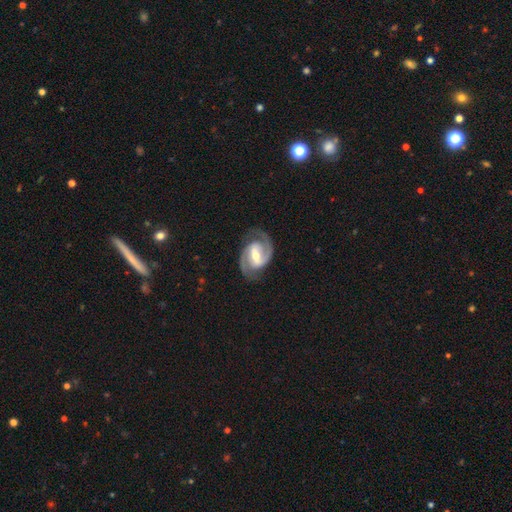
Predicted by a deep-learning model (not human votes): Smooth or featured?
  - featured or disk: 92% *
  - smooth: 5%
  - star or artifact: 4%
Edge-on disk?
  - no: 98% *
  - yes: 2%
Bar?
  - strong: 54% *
  - weak: 35%
  - no: 11%
Spiral arms?
  - yes: 98% *
  - no: 2%
Spiral winding?
  - medium: 55% *
  - tight: 34%
  - loose: 11%
Spiral arm count?
  - 2: 93% *
  - can't tell: 2%
  - 1: 2%
  - 3: 1%
  - 4: 1%
  - more than 4: 1%
Bulge size?
  - moderate: 62% *
  - small: 32%
  - large: 4%
  - none: 1%
  - dominant: 1%
Merging?
  - none: 83% *
  - minor disturbance: 11%
  - major disturbance: 4%
  - merger: 1%